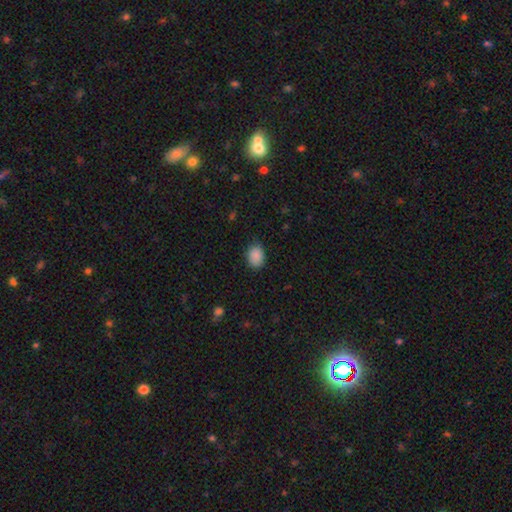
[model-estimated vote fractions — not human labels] smooth_or_featured: smooth (p=0.89) [alt: star or artifact p=0.08]
how_rounded: in between (p=0.65) [alt: round p=0.34]
merging: none (p=0.80) [alt: minor disturbance p=0.16]